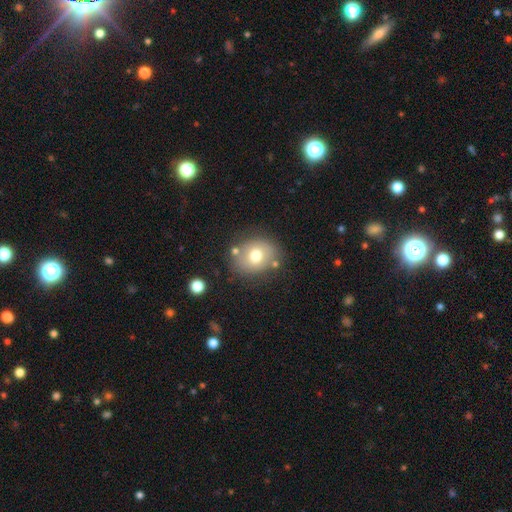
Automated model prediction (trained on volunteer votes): Overall: smooth (69%). How rounded: round (62%; in between 38%). Merging: none (75%).